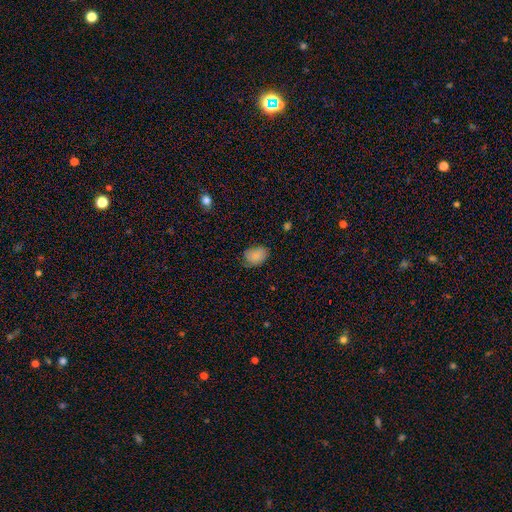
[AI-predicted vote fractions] Smooth or featured?
  - smooth: 86% *
  - star or artifact: 8%
  - featured or disk: 6%
How rounded?
  - in between: 80% *
  - round: 19%
  - cigar-shaped: 1%
Merging?
  - none: 68% *
  - minor disturbance: 25%
  - major disturbance: 5%
  - merger: 1%